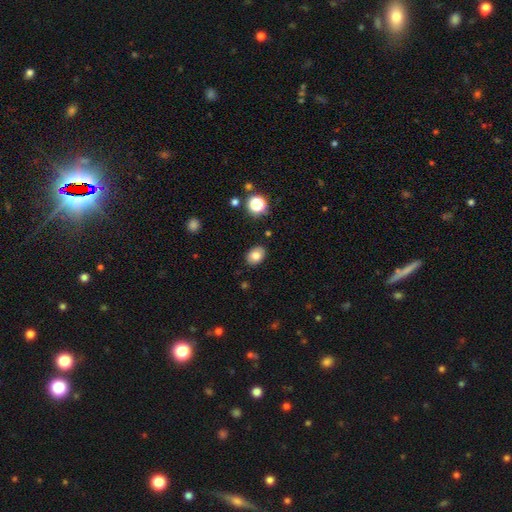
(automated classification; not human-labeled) Q: Smooth or featured?
A: smooth (79%); runner-up: featured or disk (11%)
Q: How rounded?
A: in between (71%); runner-up: round (28%)
Q: Merging?
A: none (87%); runner-up: minor disturbance (10%)